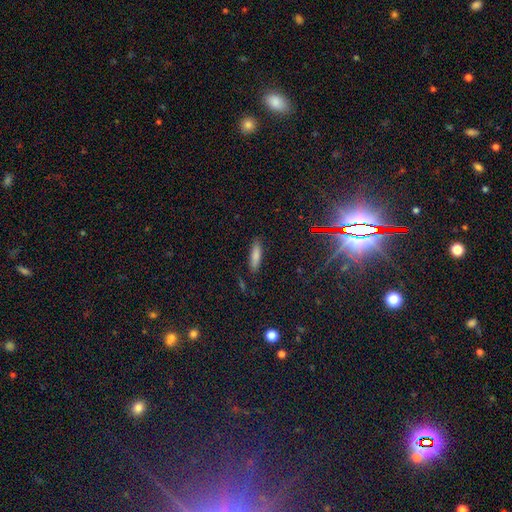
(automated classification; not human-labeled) Overall: smooth (81%). How rounded: cigar-shaped (57%; in between 41%). Merging: none (84%).